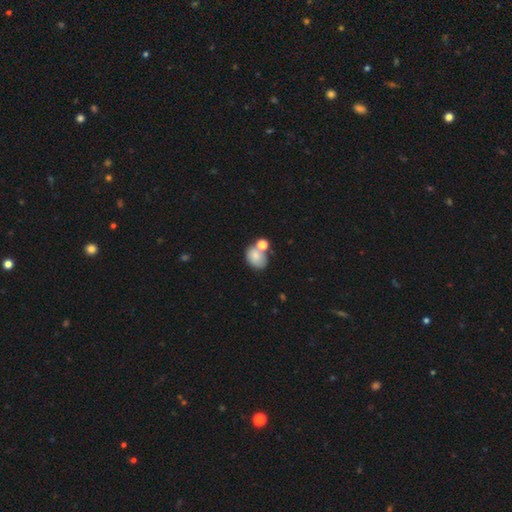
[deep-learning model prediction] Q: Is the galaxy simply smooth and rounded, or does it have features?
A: smooth — 78%.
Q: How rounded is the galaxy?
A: in between — 62%.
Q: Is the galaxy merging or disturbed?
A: none — 46%.